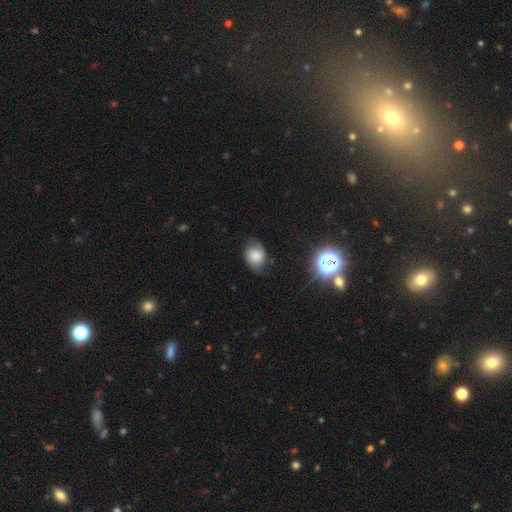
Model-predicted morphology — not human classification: A smooth galaxy with no disk features (68%) that is in between round and cigar-shaped (54%). Merging: none (65%).